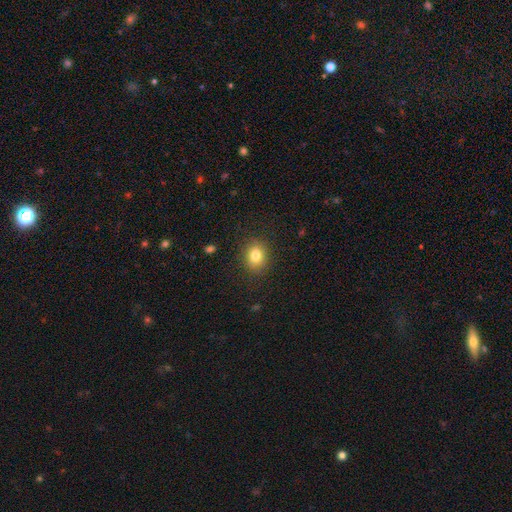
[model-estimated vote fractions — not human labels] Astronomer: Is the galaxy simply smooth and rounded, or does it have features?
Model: smooth — 81%.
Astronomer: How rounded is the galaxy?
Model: round — 58% (runner-up: in between, 41%).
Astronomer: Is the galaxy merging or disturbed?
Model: none — 87%.